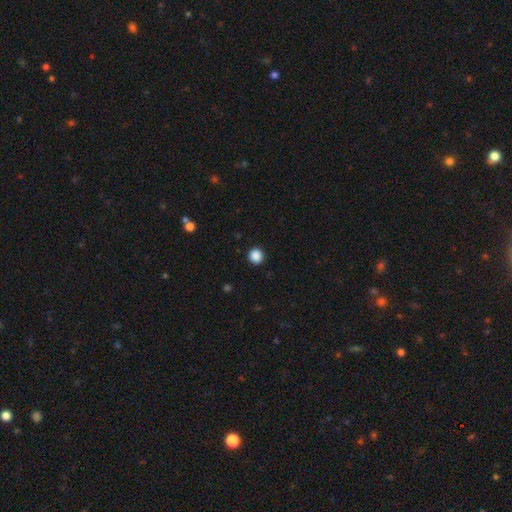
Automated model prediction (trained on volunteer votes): smooth-or-featured: smooth: 88% | star or artifact: 10% | featured or disk: 2%
  how-rounded: round: 92% | in between: 7% | cigar-shaped: 1%
  merging: none: 92% | minor disturbance: 5% | major disturbance: 2% | merger: 1%